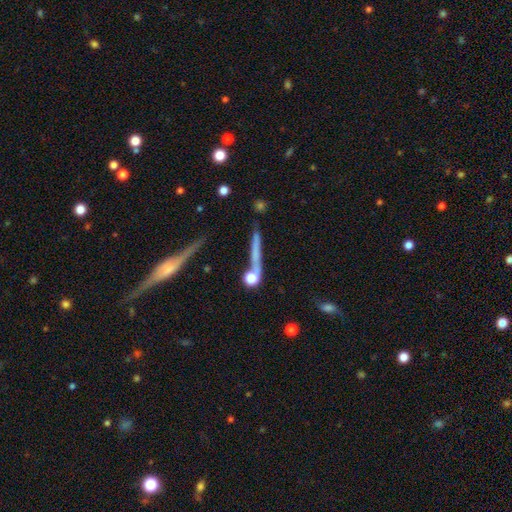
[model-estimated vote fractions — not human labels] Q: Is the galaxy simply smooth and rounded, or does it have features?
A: featured or disk — 46%.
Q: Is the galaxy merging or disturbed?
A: none — 67%.